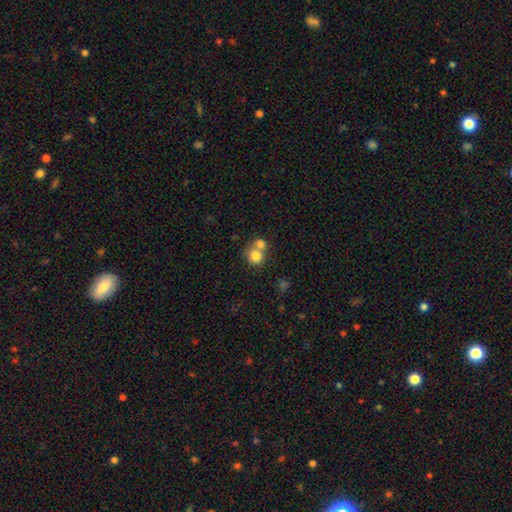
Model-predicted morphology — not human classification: Smooth or featured: smooth — 78% (featured or disk — 12%)
How rounded: round — 83% (in between — 16%)
Merging: merger — 52% (none — 38%)